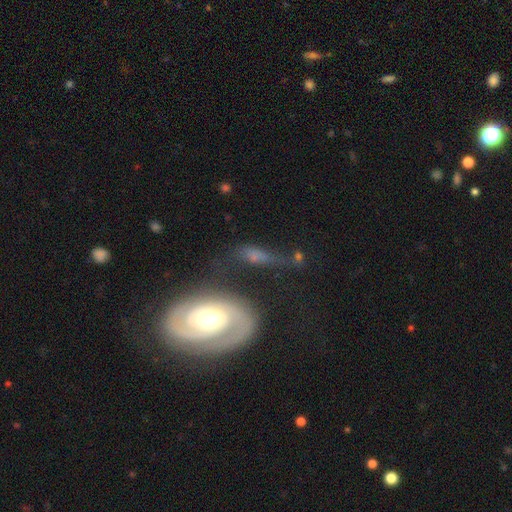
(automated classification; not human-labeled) The model was most divided on "merging": none: 45%, minor disturbance: 22%, major disturbance: 20%, merger: 12%. More confident: edge-on disk — no (81%); smooth or featured — featured or disk (57%).